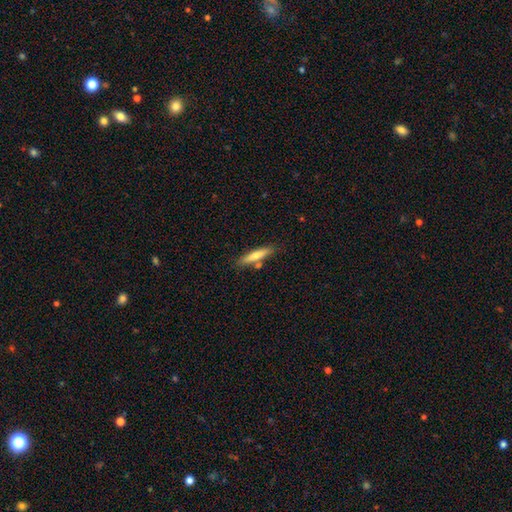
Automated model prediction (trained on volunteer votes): Smooth or featured: smooth — 66% (featured or disk — 28%)
How rounded: cigar-shaped — 87% (in between — 12%)
Merging: none — 77% (minor disturbance — 12%)